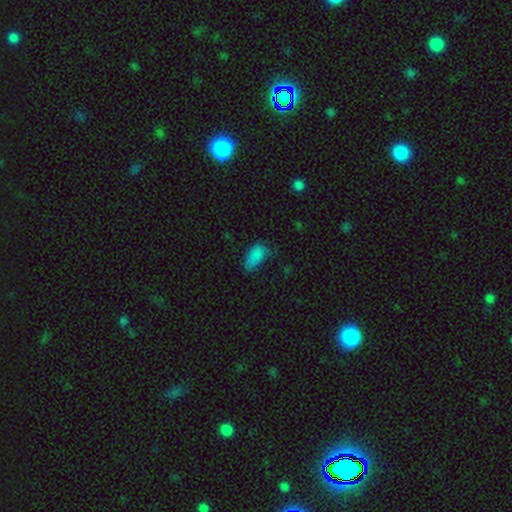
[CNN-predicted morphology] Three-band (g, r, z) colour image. It shows a smooth galaxy with no disk features (84%) that is in between round and cigar-shaped (92%). Merging: none (50%).